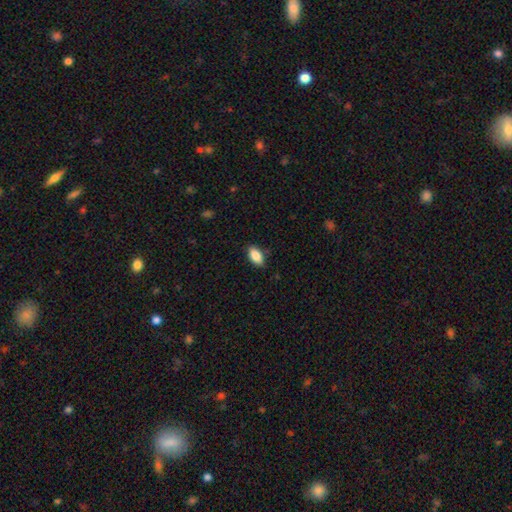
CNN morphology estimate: smooth_or_featured: smooth (p=0.88) [alt: star or artifact p=0.07]
how_rounded: in between (p=0.92) [alt: cigar-shaped p=0.04]
merging: none (p=0.85) [alt: minor disturbance p=0.11]